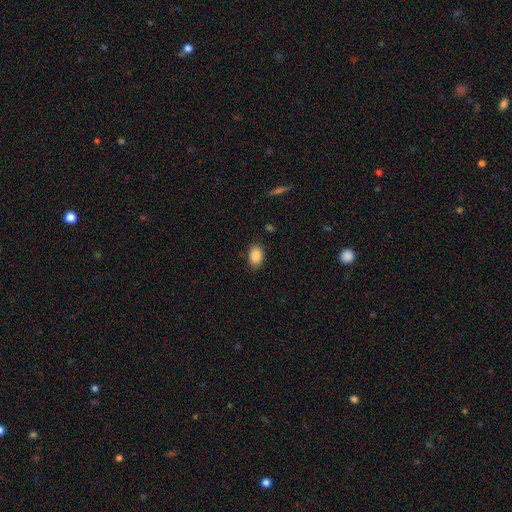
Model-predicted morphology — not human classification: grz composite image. It shows a smooth galaxy with no disk features (88%) that is in between round and cigar-shaped (80%). Merging: none (84%).